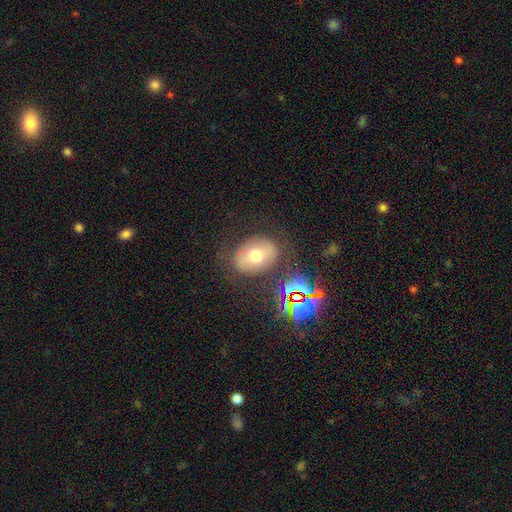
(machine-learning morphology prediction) Q: Smooth or featured?
A: smooth (54%); runner-up: featured or disk (30%)
Q: How rounded?
A: in between (63%); runner-up: round (36%)
Q: Merging?
A: none (77%); runner-up: minor disturbance (13%)